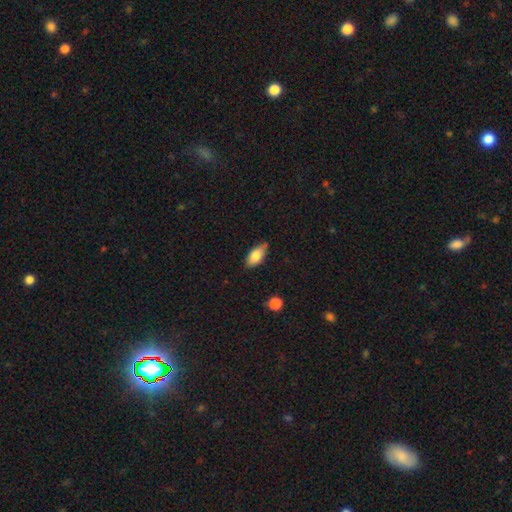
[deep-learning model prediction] Morphology: type=smooth (81%); roundness=in between (90%); merging=none (75%).